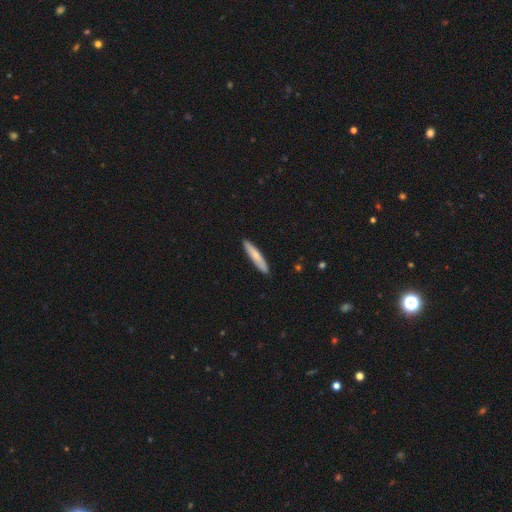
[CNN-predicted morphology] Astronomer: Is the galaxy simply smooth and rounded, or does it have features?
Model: smooth — 76%.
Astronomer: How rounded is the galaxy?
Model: cigar-shaped — 91%.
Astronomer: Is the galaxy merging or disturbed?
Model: none — 90%.